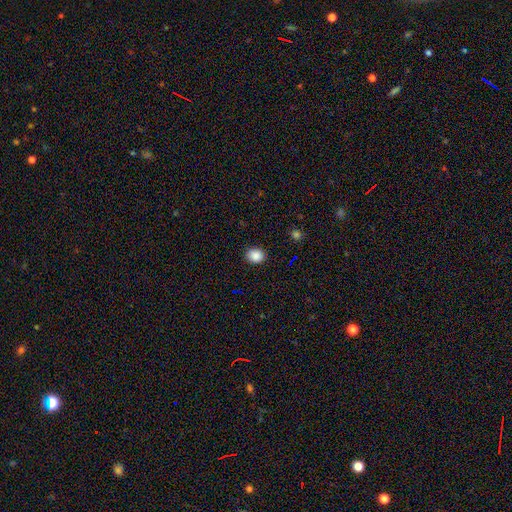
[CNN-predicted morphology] Smooth or featured? smooth (87%)
How rounded? round (54%)
Merging? none (90%)